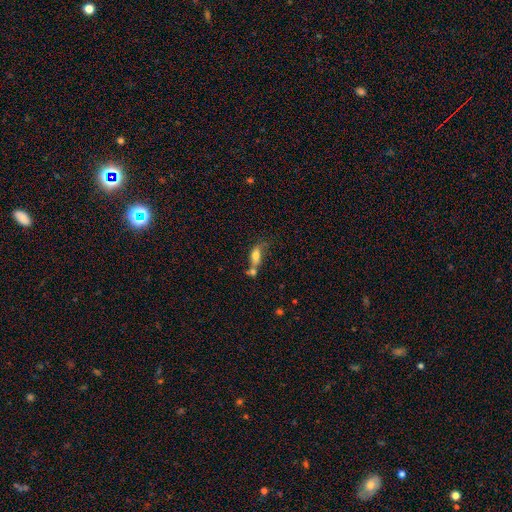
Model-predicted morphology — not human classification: Overall: smooth (66%). How rounded: in between (76%). Merging: merger (48%; none 27%).